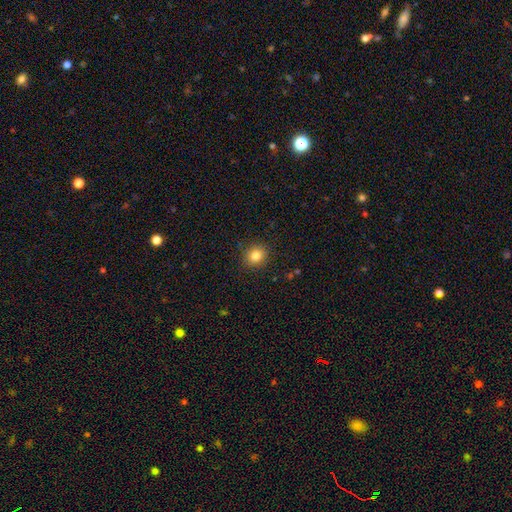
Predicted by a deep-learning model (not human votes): Smooth or featured: smooth — 83% (star or artifact — 11%)
How rounded: round — 83% (in between — 16%)
Merging: none — 90% (minor disturbance — 7%)